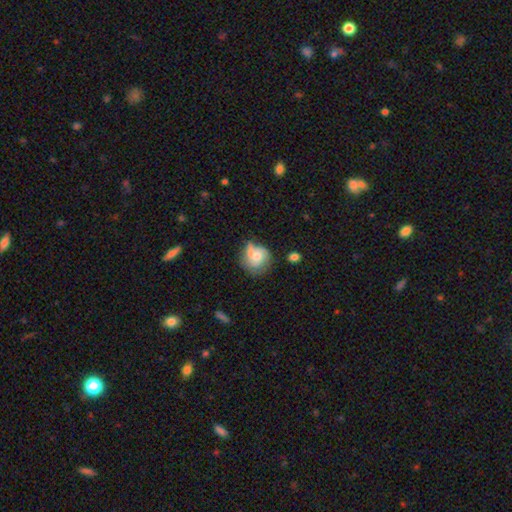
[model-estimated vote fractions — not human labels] Overall: featured or disk (46%; smooth 45%). Merging: none (44%; minor disturbance 28%).